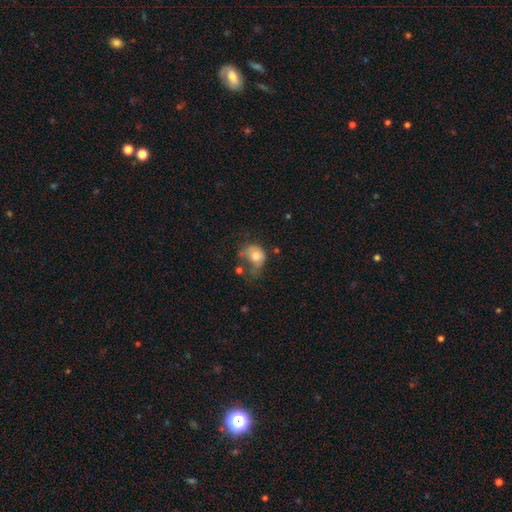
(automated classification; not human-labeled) Smooth or featured? smooth (69%)
How rounded? in between (52%)
Merging? major disturbance (39%)